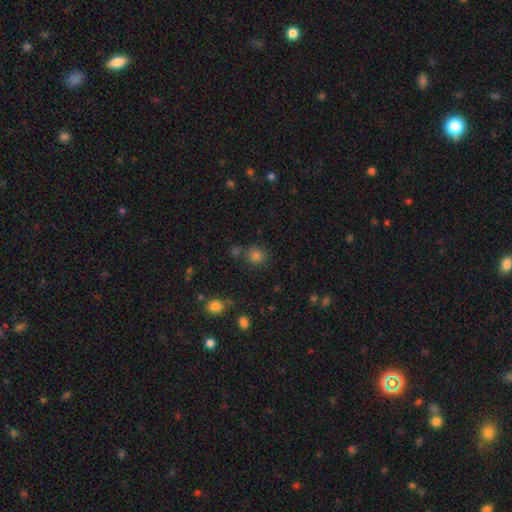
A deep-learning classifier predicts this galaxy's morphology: A smooth galaxy with no disk features (78%) that is round (76%).

Vote fractions:
- Smooth or featured? smooth: 78% / star or artifact: 17% / featured or disk: 6%
- How rounded? round: 76% / in between: 23% / cigar-shaped: 1%
- Merging? none: 69% / merger: 13% / minor disturbance: 13% / major disturbance: 5%